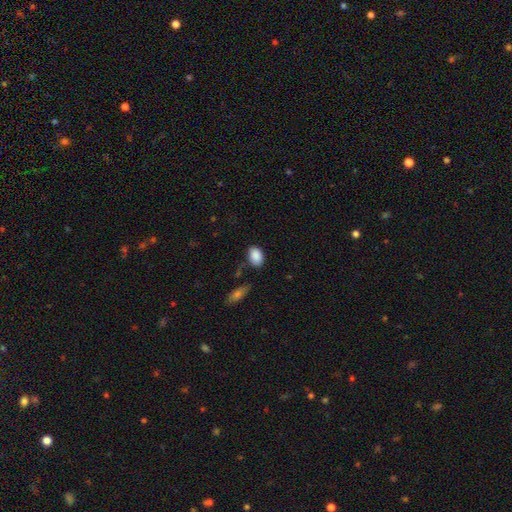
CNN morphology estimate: type=smooth (89%); roundness=in between (88%); merging=none (75%).